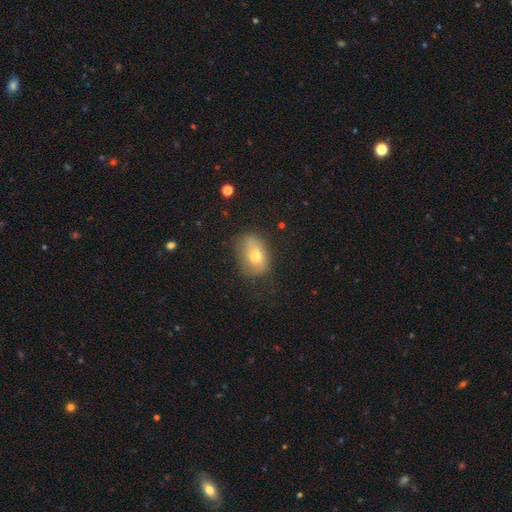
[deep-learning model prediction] A smooth galaxy with no disk features (68%) that is in between round and cigar-shaped (79%). Merging: none (59%).